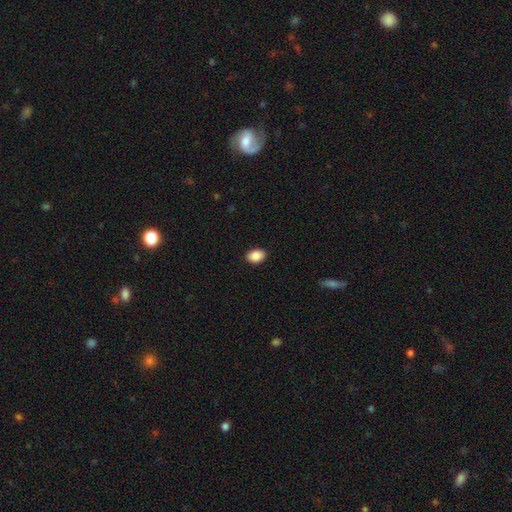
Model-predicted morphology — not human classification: Smooth or featured? Predicted: smooth (p=0.89). How rounded? Predicted: in between (p=0.79). Merging? Predicted: none (p=0.90).